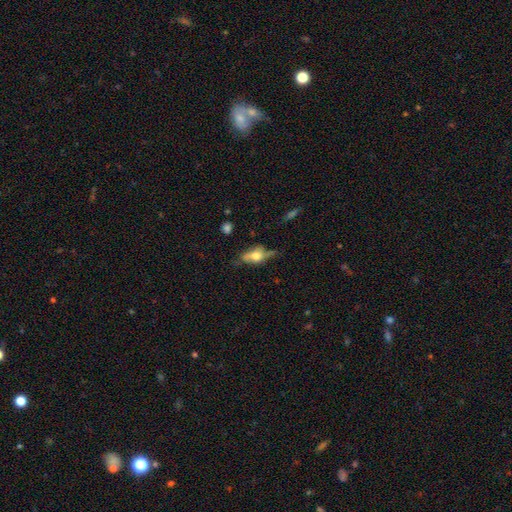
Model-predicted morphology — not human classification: Smooth or featured: smooth — 47% (featured or disk — 44%)
Merging: none — 52% (minor disturbance — 29%)